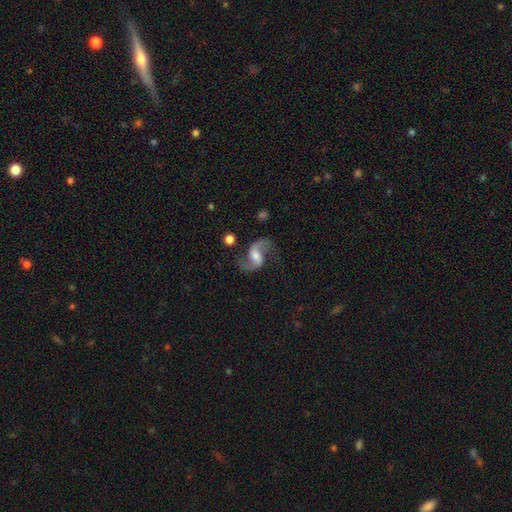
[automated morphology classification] Smooth or featured? Predicted: featured or disk (p=0.88). Edge-on disk? Predicted: no (p=0.98). Bar? Predicted: weak (p=0.49). Spiral arms? Predicted: yes (p=0.97). Spiral winding? Predicted: loose (p=0.74). Spiral arm count? Predicted: 2 (p=0.94). Bulge size? Predicted: moderate (p=0.56). Merging? Predicted: none (p=0.75).